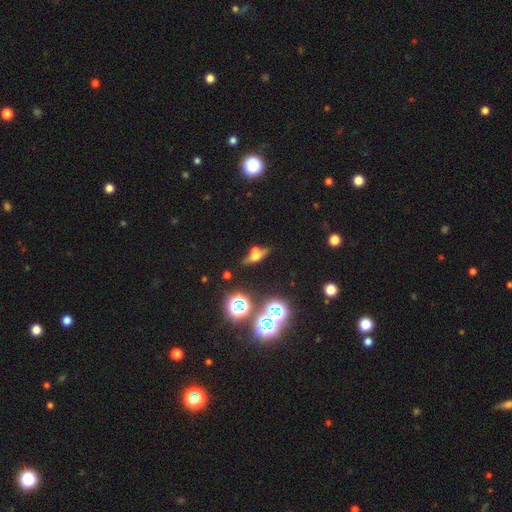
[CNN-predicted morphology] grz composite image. It shows a featured or disk galaxy (40%). Merging: none (41%).